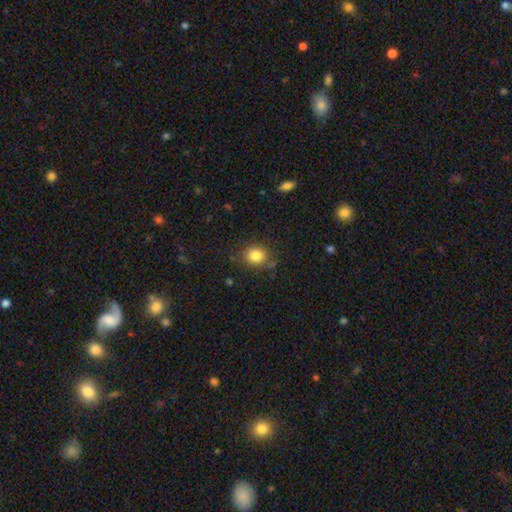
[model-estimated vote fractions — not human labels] This appears to be a smooth galaxy with no disk features (83%) that is round (74%). Merging: none (79%).